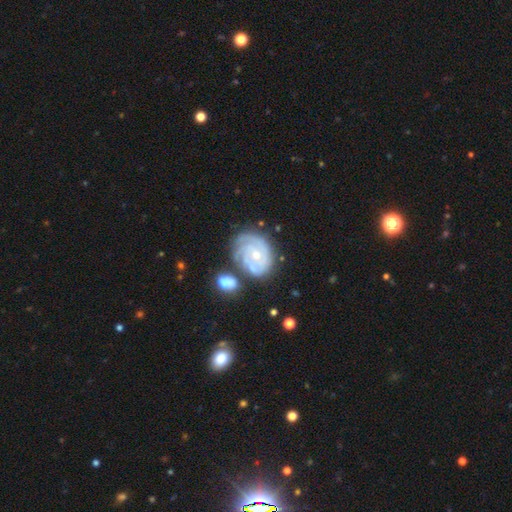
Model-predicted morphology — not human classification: Overall: featured or disk (85%). Edge-on disk: no (98%). Bar: no (70%). Spiral arms: yes (96%). Spiral arm count: 3 (33%; can't tell 24%). Spiral winding: tight (75%). Bulge size: small (56%; moderate 40%). Merging: none (59%; minor disturbance 20%).